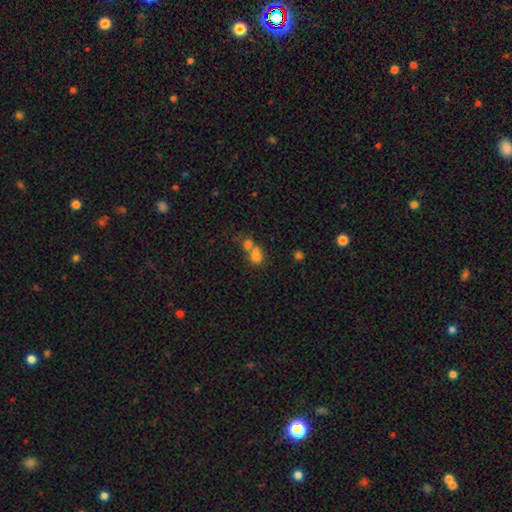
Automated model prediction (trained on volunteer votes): Morphology: type=smooth (73%); roundness=round (64%); merging=merger (62%).